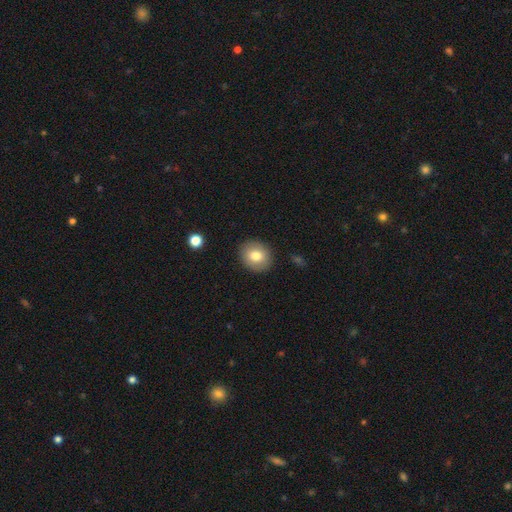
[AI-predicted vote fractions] A smooth galaxy with no disk features (78%) that is round (68%). Merging: none (89%).